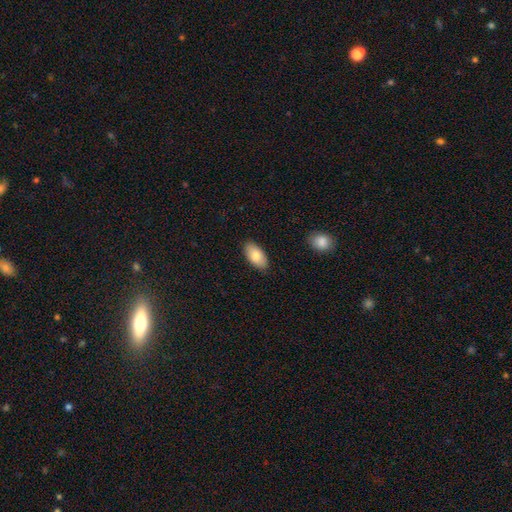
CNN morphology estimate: type=smooth (83%); roundness=in between (94%); merging=none (87%).